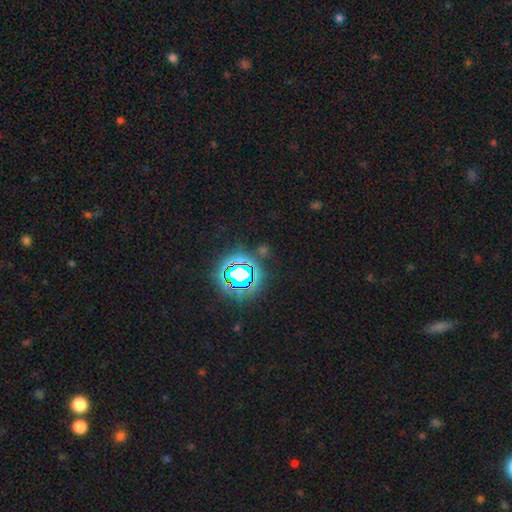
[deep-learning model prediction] Smooth or featured? star or artifact (82%)